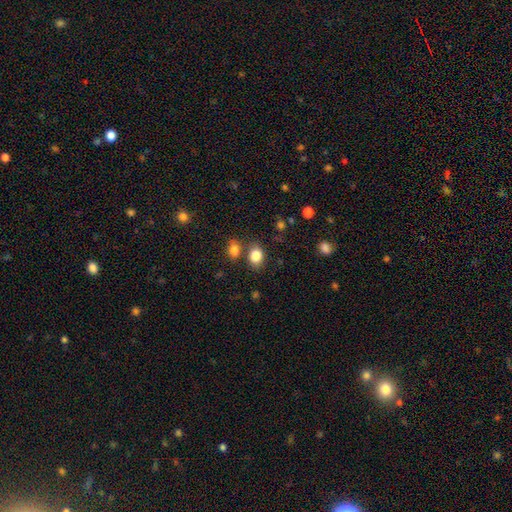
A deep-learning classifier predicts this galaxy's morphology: smooth_or_featured: smooth (p=0.85) [alt: star or artifact p=0.10]
how_rounded: in between (p=0.59) [alt: round p=0.40]
merging: none (p=0.69) [alt: merger p=0.14]